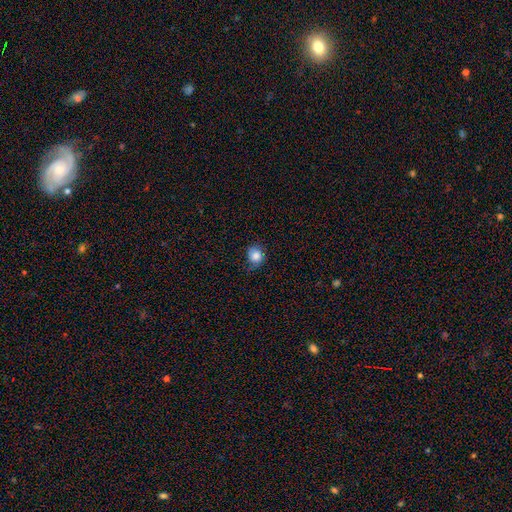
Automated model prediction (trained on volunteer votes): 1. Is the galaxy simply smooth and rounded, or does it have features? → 80% smooth, 11% featured or disk, 9% star or artifact.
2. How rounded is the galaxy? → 77% round, 22% in between, 1% cigar-shaped.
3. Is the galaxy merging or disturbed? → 60% none, 28% minor disturbance, 10% major disturbance, 1% merger.